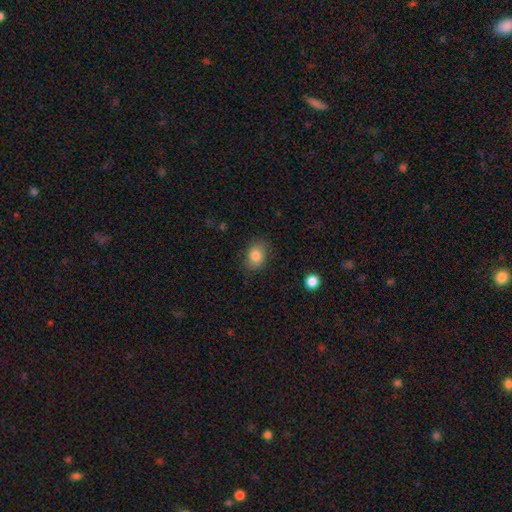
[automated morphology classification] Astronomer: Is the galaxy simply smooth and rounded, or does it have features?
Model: smooth — 83%.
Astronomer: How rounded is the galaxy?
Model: in between — 67%.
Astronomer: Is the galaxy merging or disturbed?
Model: none — 78%.